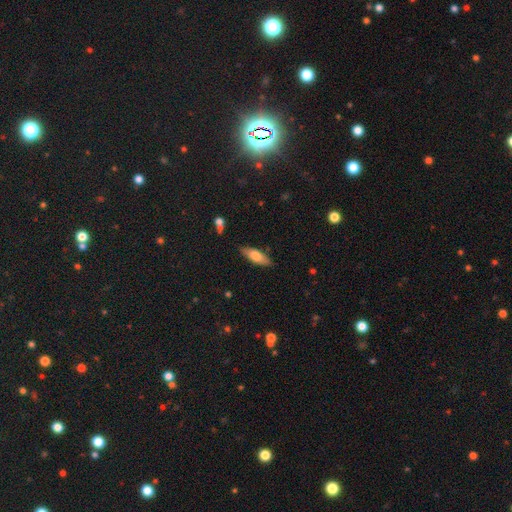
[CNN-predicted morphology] Smooth or featured?
  - smooth: 71% *
  - featured or disk: 23%
  - star or artifact: 6%
How rounded?
  - in between: 59% *
  - cigar-shaped: 39%
  - round: 2%
Merging?
  - none: 82% *
  - minor disturbance: 13%
  - major disturbance: 3%
  - merger: 2%